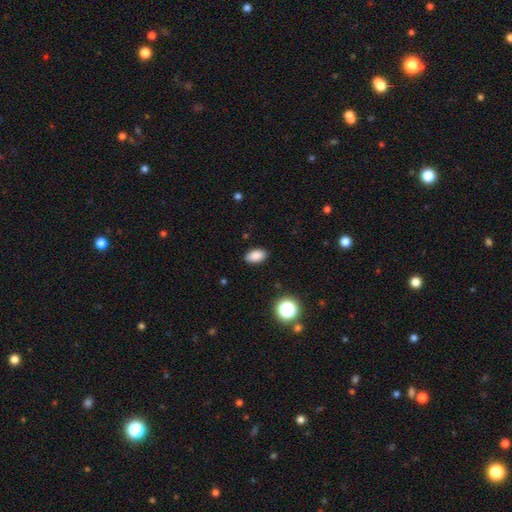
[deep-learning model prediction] smooth_or_featured: smooth (p=0.86) [alt: star or artifact p=0.10]
how_rounded: in between (p=0.91) [alt: round p=0.07]
merging: none (p=0.89) [alt: minor disturbance p=0.08]